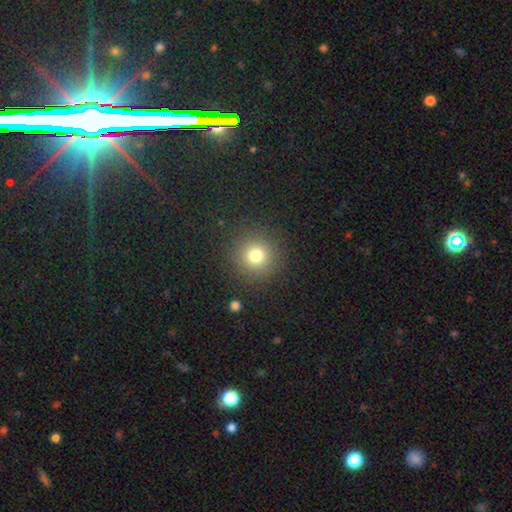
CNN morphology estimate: Q: Smooth or featured?
A: smooth (76%); runner-up: star or artifact (16%)
Q: How rounded?
A: round (95%); runner-up: in between (4%)
Q: Merging?
A: none (89%); runner-up: minor disturbance (6%)